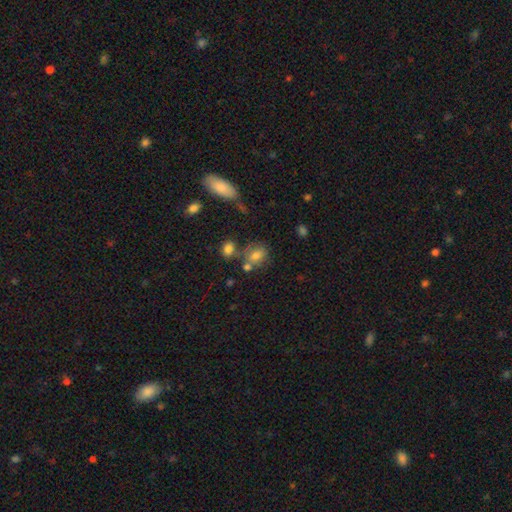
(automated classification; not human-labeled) Smooth or featured?
  - smooth: 76% *
  - star or artifact: 12%
  - featured or disk: 12%
How rounded?
  - round: 53% *
  - in between: 46%
  - cigar-shaped: 1%
Merging?
  - none: 57% *
  - merger: 21%
  - minor disturbance: 16%
  - major disturbance: 6%